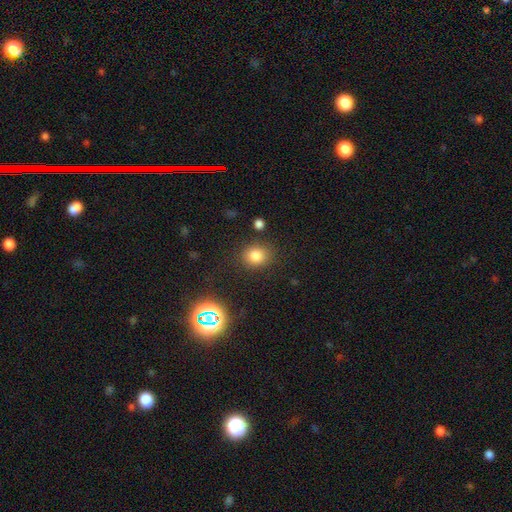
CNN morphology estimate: Q: Smooth or featured?
A: smooth (80%); runner-up: star or artifact (14%)
Q: How rounded?
A: round (70%); runner-up: in between (29%)
Q: Merging?
A: none (82%); runner-up: minor disturbance (10%)